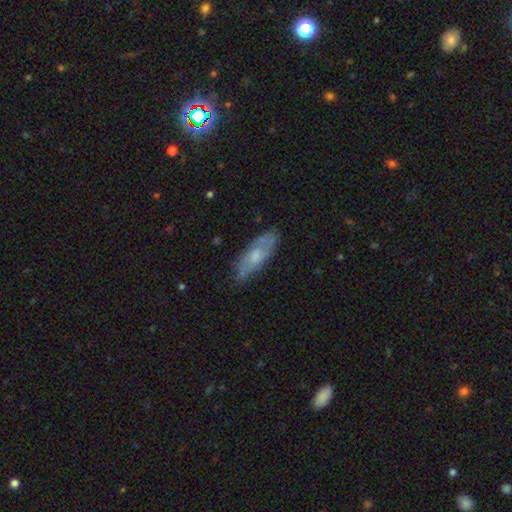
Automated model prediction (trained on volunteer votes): Smooth or featured? Predicted: smooth (p=0.50). Merging? Predicted: none (p=0.74).